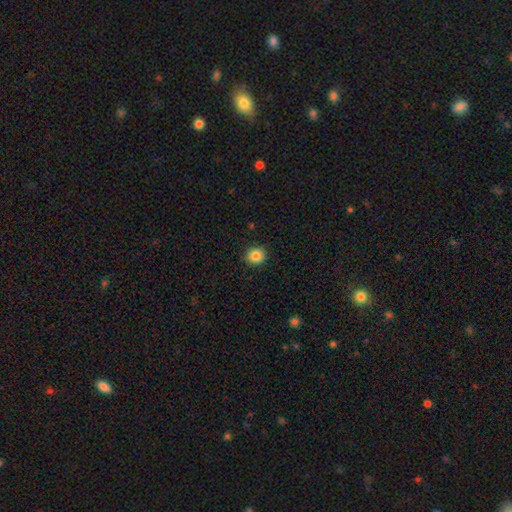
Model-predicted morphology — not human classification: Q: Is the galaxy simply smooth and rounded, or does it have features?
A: smooth — 84%.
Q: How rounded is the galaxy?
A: round — 81%.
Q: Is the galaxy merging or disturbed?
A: none — 91%.